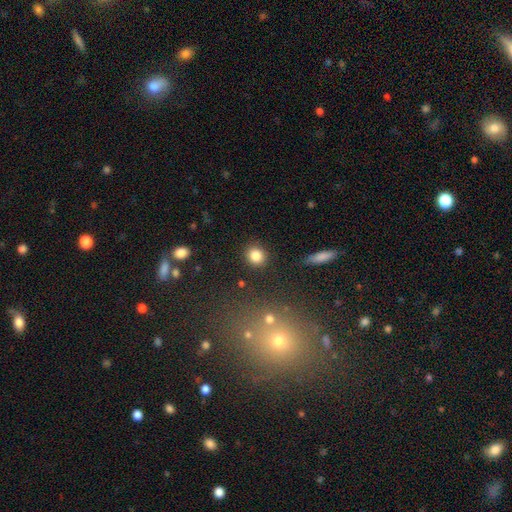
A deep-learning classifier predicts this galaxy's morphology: This is clearly a smooth galaxy (85%). How rounded: likely round (80%). Merging: clearly none (88%).